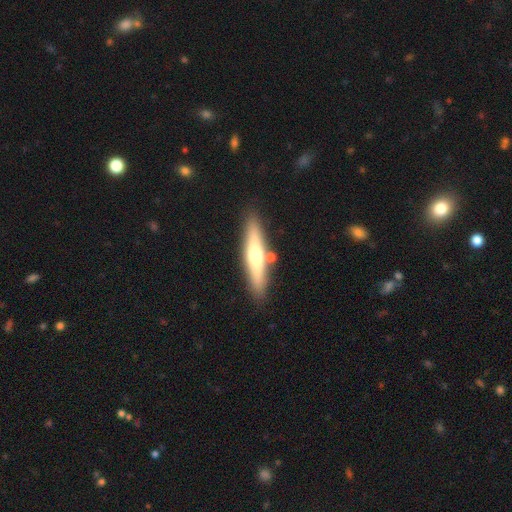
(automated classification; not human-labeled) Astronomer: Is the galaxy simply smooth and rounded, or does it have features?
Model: smooth — 48% (runner-up: featured or disk, 45%).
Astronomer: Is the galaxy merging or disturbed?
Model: none — 82%.